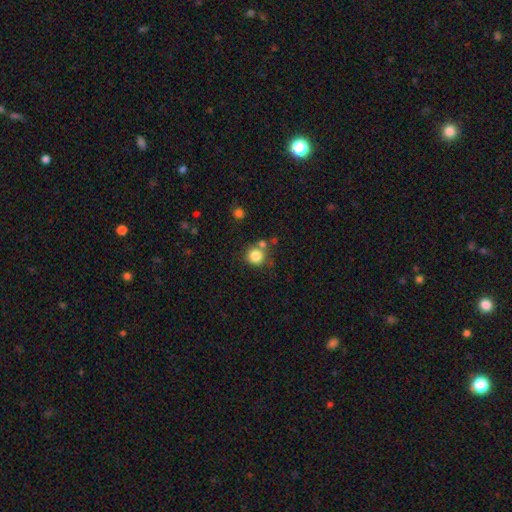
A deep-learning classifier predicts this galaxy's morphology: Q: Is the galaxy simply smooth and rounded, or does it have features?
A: smooth — 83%.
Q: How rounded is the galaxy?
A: round — 91%.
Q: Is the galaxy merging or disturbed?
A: none — 67%.